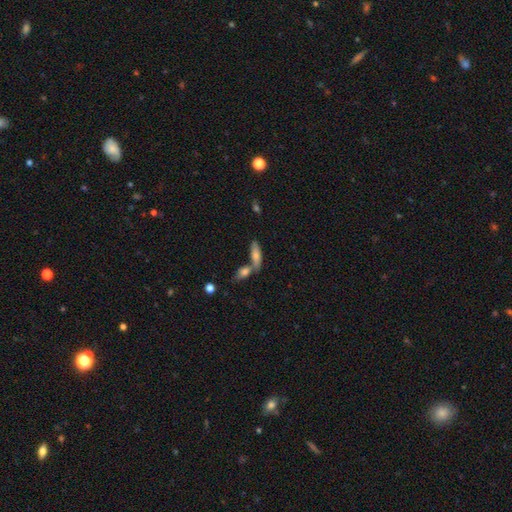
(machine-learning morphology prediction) This is likely a smooth galaxy (71%). How rounded: possibly in between (53%). Merging: possibly none (48%).